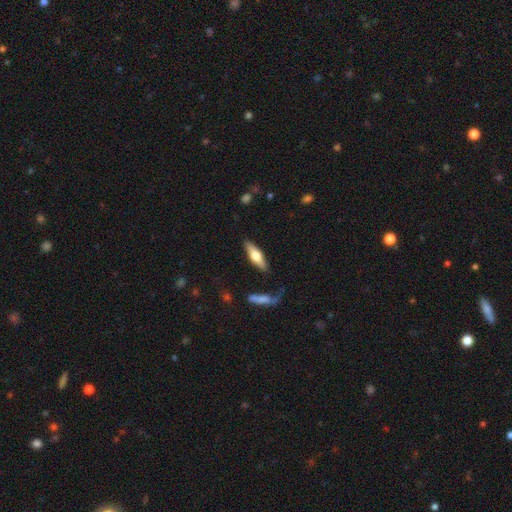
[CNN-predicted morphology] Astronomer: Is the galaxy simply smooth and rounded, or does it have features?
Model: featured or disk — 51% (runner-up: smooth, 43%).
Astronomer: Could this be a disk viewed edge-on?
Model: yes — 92%.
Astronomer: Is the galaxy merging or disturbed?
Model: none — 83%.